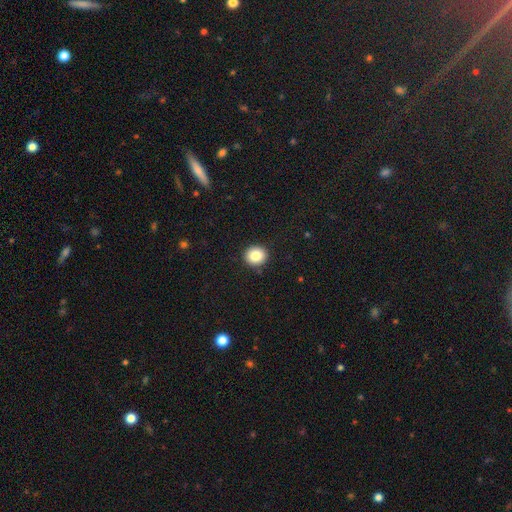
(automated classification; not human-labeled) Overall: smooth (84%). How rounded: round (85%). Merging: none (91%).